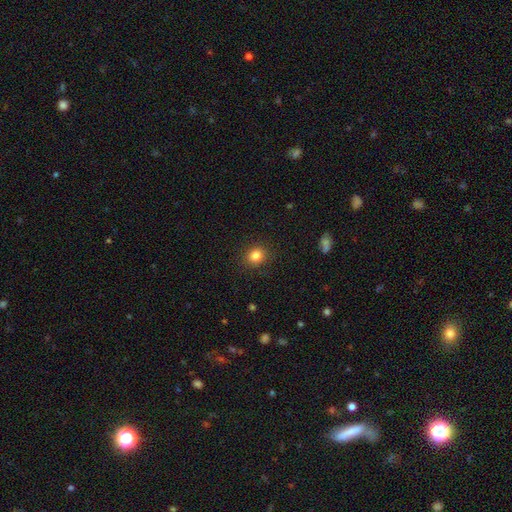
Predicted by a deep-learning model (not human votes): This is clearly a smooth galaxy (83%). How rounded: likely round (79%). Merging: clearly none (89%).